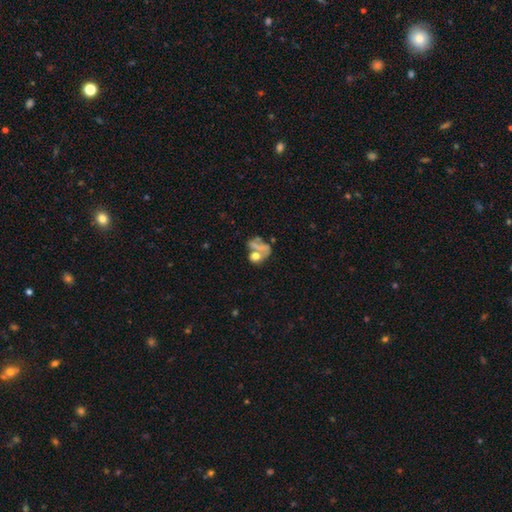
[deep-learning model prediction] Smooth or featured: smooth — 58% (featured or disk — 27%)
How rounded: in between — 50% (round — 46%)
Merging: merger — 42% (none — 27%)